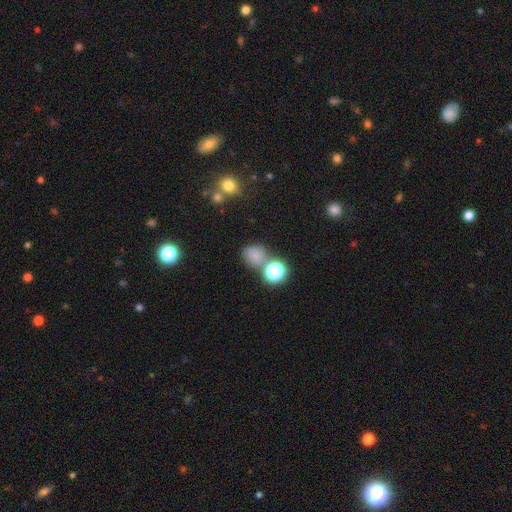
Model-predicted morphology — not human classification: Smooth or featured: smooth — 68% (star or artifact — 23%)
How rounded: round — 76% (in between — 23%)
Merging: none — 59% (merger — 21%)